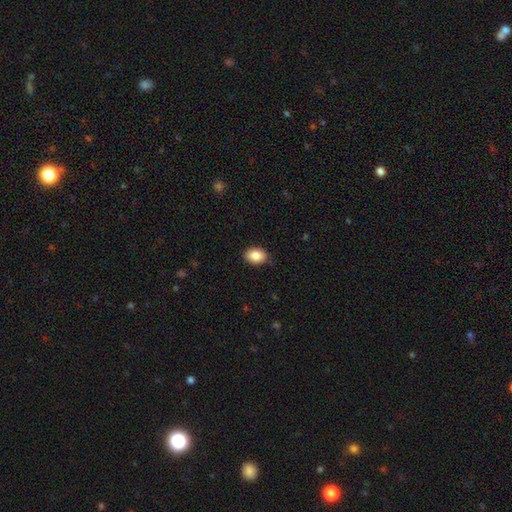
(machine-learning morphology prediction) Overall: smooth (86%). How rounded: in between (77%). Merging: none (86%).